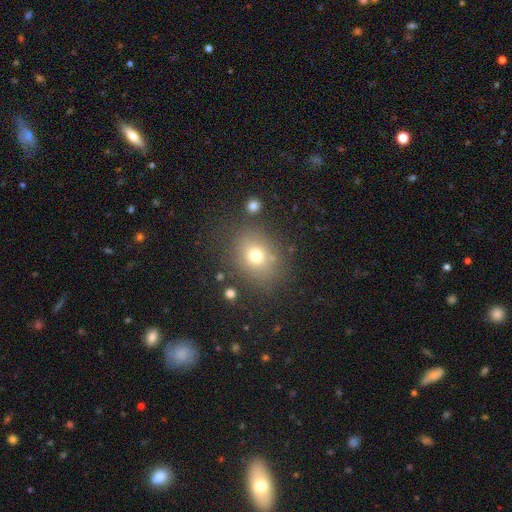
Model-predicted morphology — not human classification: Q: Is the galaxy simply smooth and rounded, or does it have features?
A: smooth — 70%.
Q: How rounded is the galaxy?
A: round — 60%.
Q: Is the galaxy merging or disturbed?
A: none — 77%.